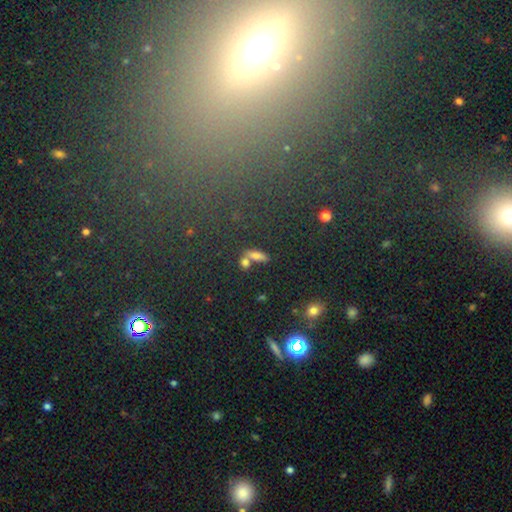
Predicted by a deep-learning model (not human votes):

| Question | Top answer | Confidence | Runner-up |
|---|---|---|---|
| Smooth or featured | smooth | 72% | star or artifact (17%) |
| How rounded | in between | 69% | cigar-shaped (21%) |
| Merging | none | 52% | merger (29%) |